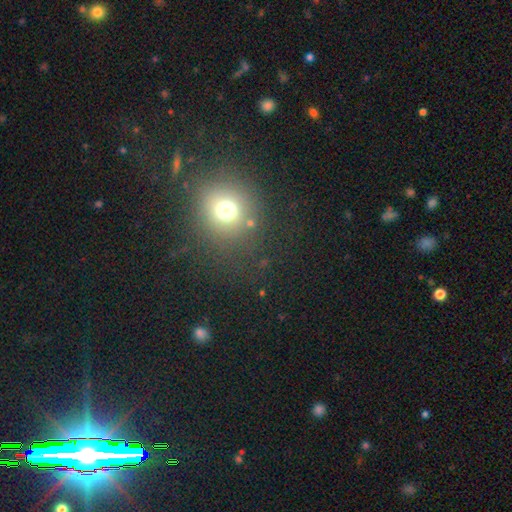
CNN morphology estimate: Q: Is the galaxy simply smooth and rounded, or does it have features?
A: smooth — 51%.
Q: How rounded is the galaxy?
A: round — 85%.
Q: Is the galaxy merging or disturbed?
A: none — 86%.